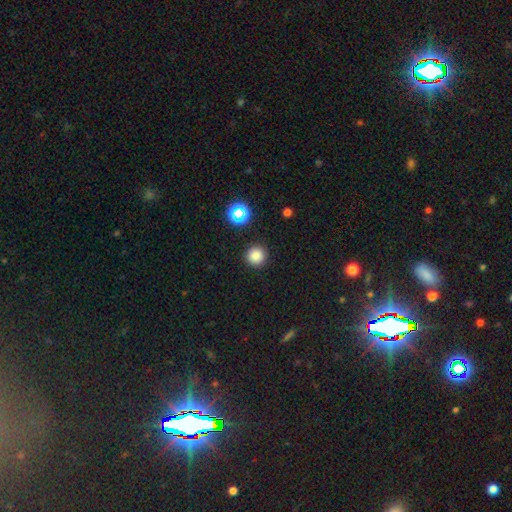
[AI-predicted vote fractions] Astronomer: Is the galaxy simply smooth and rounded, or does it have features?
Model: smooth — 79%.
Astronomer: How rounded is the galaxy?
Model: round — 95%.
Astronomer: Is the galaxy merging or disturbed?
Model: none — 90%.